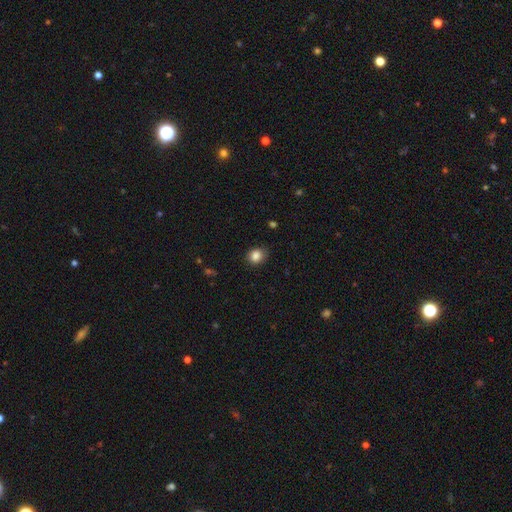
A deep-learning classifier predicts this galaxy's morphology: The model was most divided on "how rounded": round: 58%, in between: 41%, cigar-shaped: 1%. More confident: smooth or featured — smooth (85%); merging — none (79%).